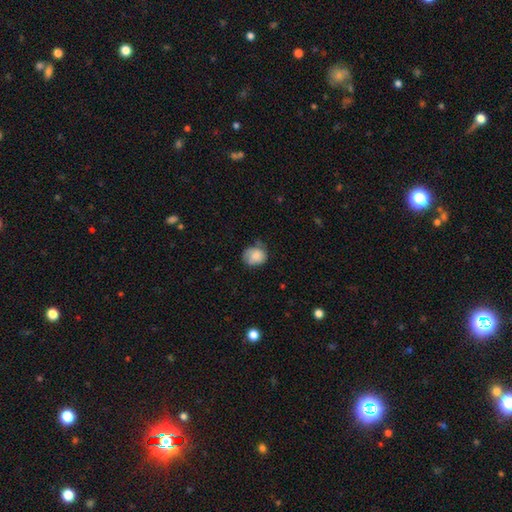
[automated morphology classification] This appears to be a smooth galaxy with no disk features (78%) that is round (65%). Merging: none (52%).